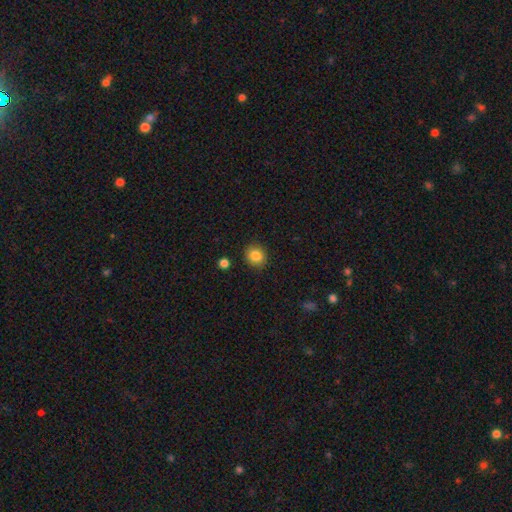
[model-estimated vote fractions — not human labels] Smooth or featured?
  - smooth: 84% *
  - star or artifact: 10%
  - featured or disk: 6%
How rounded?
  - round: 81% *
  - in between: 18%
  - cigar-shaped: 1%
Merging?
  - none: 89% *
  - minor disturbance: 7%
  - major disturbance: 2%
  - merger: 2%